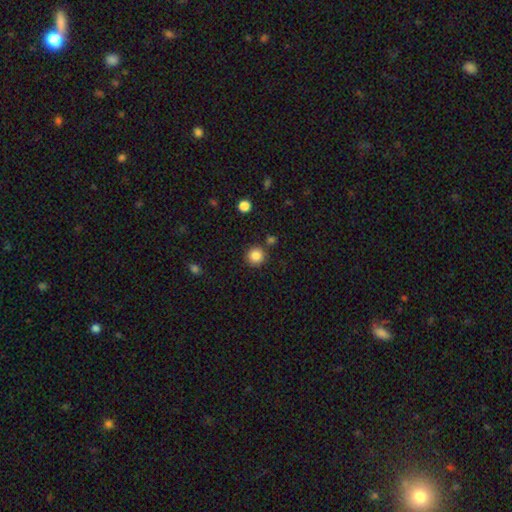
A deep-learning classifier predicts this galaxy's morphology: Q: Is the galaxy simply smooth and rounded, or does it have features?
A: smooth — 86%.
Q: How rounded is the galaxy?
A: round — 94%.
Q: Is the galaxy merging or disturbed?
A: none — 85%.